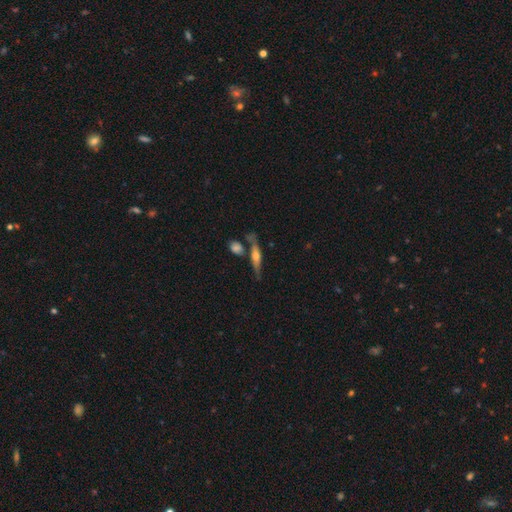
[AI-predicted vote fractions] This appears to be a featured or disk galaxy (70%) viewed edge-on (94%) with a rounded central bulge (88%). Merging: none (72%).